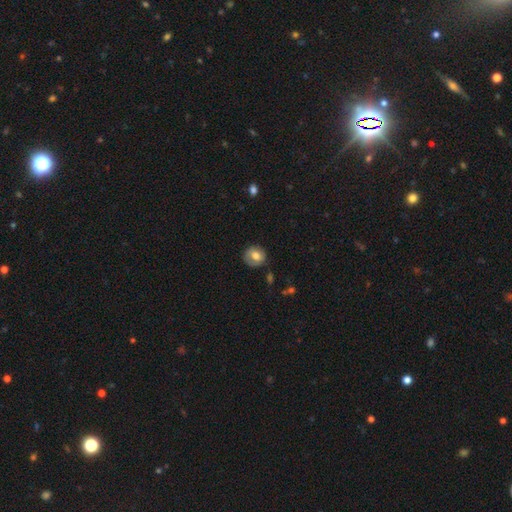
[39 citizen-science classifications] Smooth or featured?
  - smooth: 69% *
  - featured or disk: 21%
  - star or artifact: 10%
How rounded?
  - round: 89% *
  - in between: 11%
  - cigar-shaped: 0%
Merging?
  - none: 66% *
  - minor disturbance: 29%
  - major disturbance: 3%
  - merger: 3%